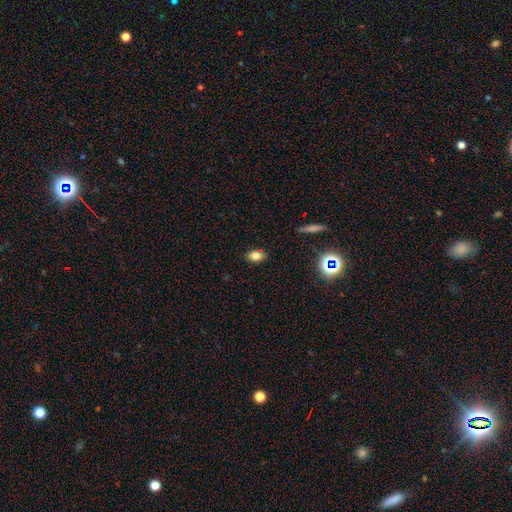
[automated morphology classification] This is likely a smooth galaxy (79%). How rounded: likely in between (79%). Merging: clearly none (83%).